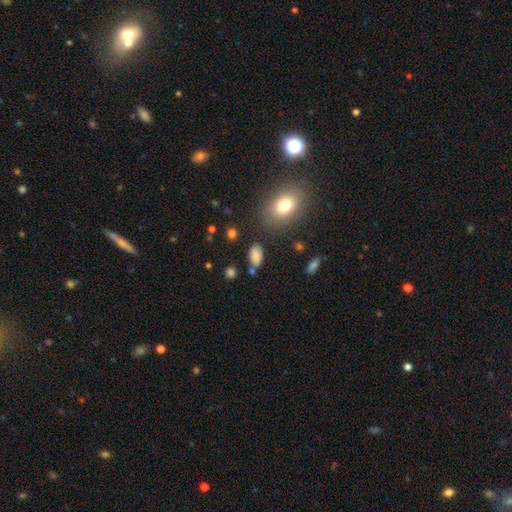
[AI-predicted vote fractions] Overall: smooth (83%). How rounded: in between (92%). Merging: none (72%).